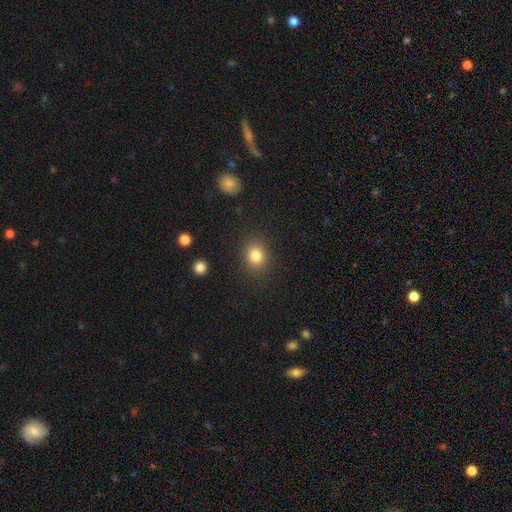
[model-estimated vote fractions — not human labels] Morphology: type=smooth (83%); roundness=round (66%); merging=none (86%).